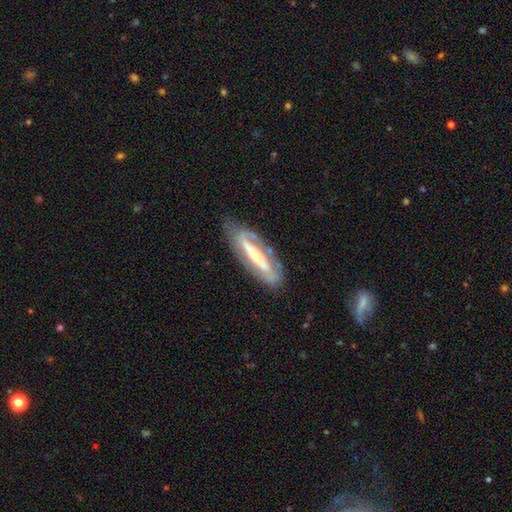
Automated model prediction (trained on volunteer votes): featured or disk 78%, smooth 16%, star or artifact 5%. Down the decision tree: edge-on disk — no (75%); bar — strong (57%); spiral arms — yes (69%); bulge size — small (52%); merging — none (72%).